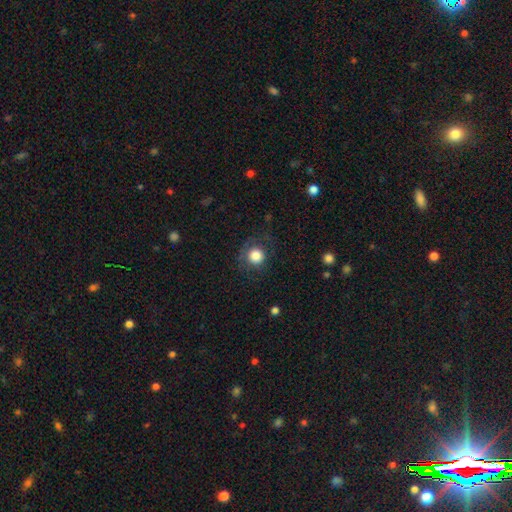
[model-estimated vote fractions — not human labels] Overall: smooth (80%). How rounded: round (92%). Merging: none (71%).